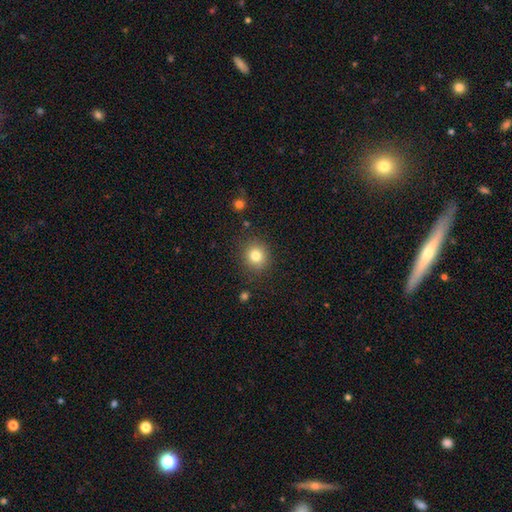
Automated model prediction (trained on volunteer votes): Smooth or featured? Predicted: smooth (p=0.81). How rounded? Predicted: round (p=0.87). Merging? Predicted: none (p=0.87).